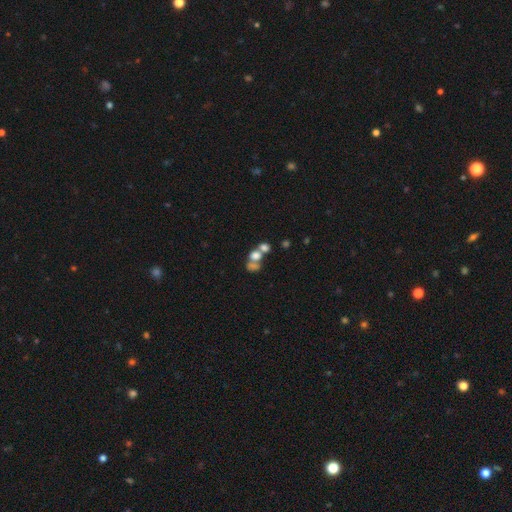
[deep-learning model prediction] Overall: smooth (63%). How rounded: in between (57%; round 41%). Merging: merger (61%).